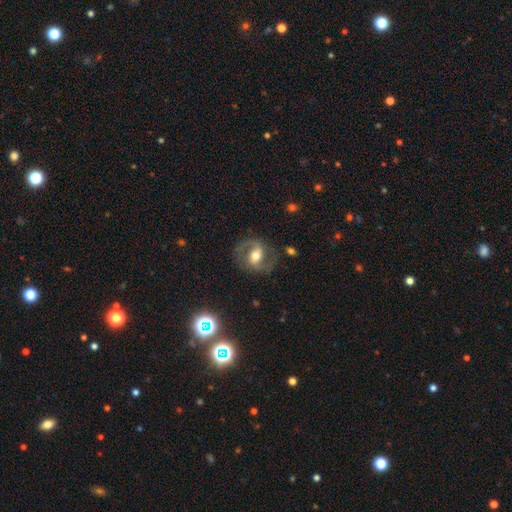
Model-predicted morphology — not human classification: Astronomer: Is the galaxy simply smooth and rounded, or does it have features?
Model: featured or disk — 75%.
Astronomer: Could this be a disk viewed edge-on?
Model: no — 96%.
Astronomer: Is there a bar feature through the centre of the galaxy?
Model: weak — 41% (runner-up: strong, 33%).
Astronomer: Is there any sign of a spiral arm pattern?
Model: yes — 87%.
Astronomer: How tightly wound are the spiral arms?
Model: medium — 56%.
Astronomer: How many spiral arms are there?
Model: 2 — 88%.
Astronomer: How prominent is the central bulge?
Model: moderate — 69%.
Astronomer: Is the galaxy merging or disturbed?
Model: none — 77%.